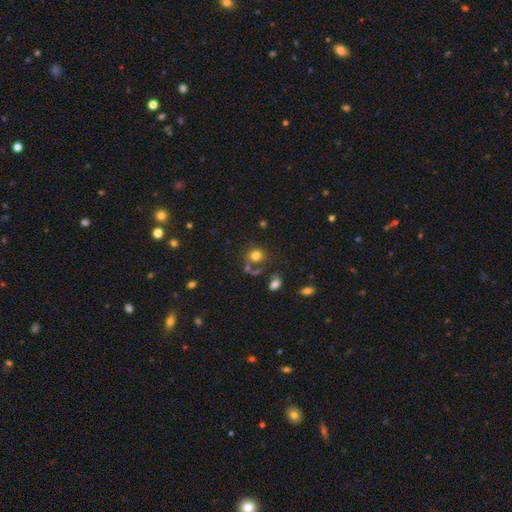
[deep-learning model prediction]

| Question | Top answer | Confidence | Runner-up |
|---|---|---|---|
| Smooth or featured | smooth | 75% | star or artifact (14%) |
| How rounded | round | 80% | in between (19%) |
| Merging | none | 57% | merger (19%) |